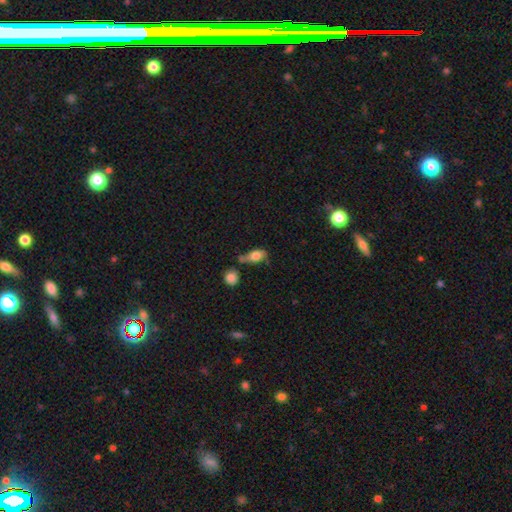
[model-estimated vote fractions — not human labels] Morphology: type=smooth (73%); roundness=in between (82%); merging=none (46%).